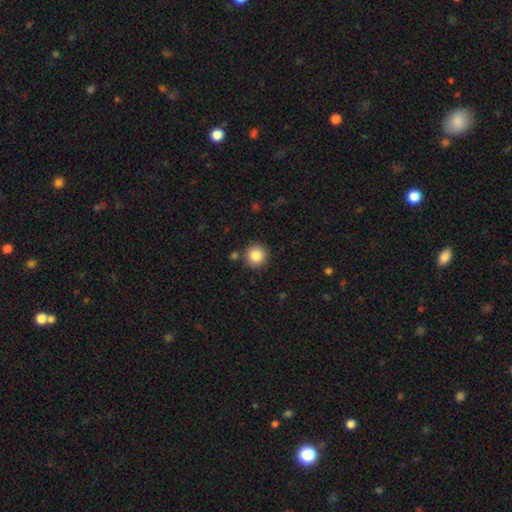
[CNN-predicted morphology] Smooth or featured? smooth (85%)
How rounded? round (95%)
Merging? none (88%)